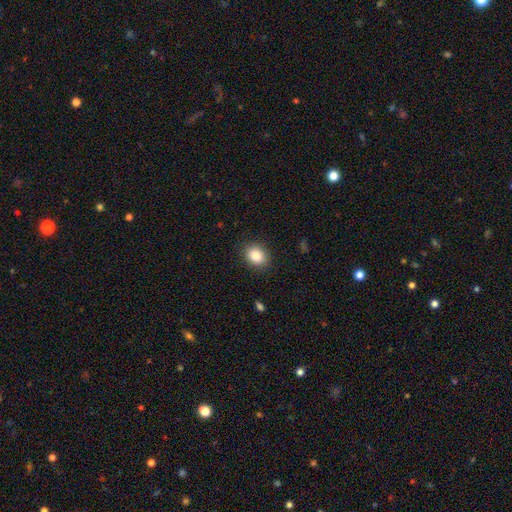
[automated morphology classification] Smooth or featured: smooth — 86% (star or artifact — 9%)
How rounded: in between — 51% (round — 48%)
Merging: none — 88% (minor disturbance — 9%)